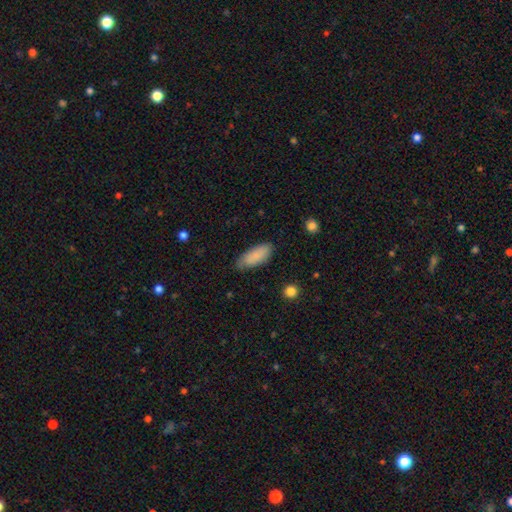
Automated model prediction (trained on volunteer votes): A smooth galaxy with no disk features (84%) that is in between round and cigar-shaped (80%). Merging: none (73%).